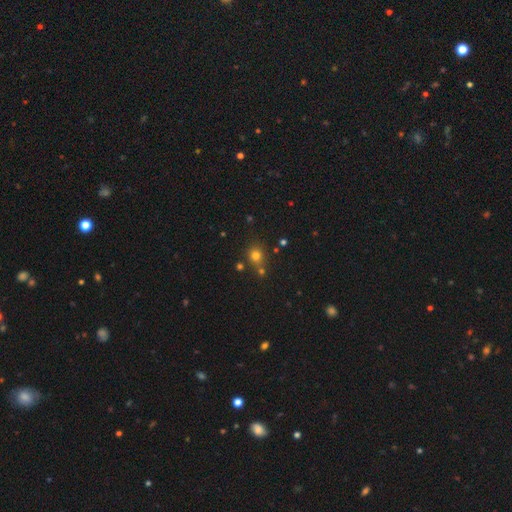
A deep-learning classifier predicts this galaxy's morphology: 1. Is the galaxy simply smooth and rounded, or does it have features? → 75% smooth, 18% star or artifact, 7% featured or disk.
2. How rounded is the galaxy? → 86% round, 13% in between, 1% cigar-shaped.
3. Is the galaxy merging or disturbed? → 71% none, 15% merger, 11% minor disturbance, 4% major disturbance.